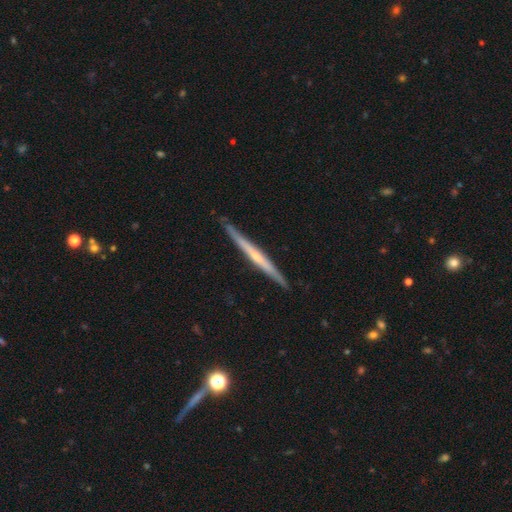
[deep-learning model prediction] smooth_or_featured: featured or disk (p=0.68) [alt: smooth p=0.27]
disk_edge_on: yes (p=0.98) [alt: no p=0.02]
edge_on_bulge: none (p=0.51) [alt: rounded p=0.43]
merging: none (p=0.89) [alt: minor disturbance p=0.08]